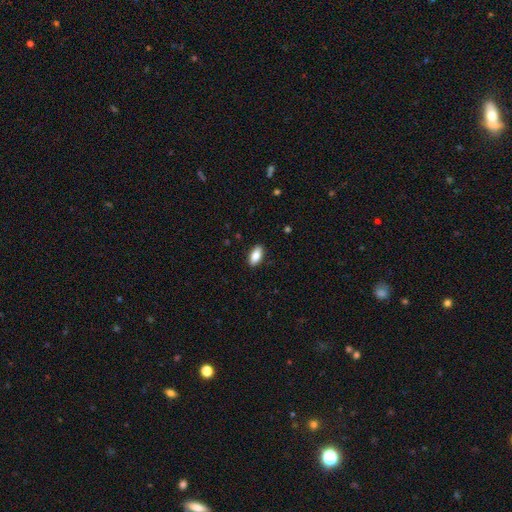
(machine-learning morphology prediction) Smooth or featured? Predicted: smooth (p=0.85). How rounded? Predicted: in between (p=0.90). Merging? Predicted: none (p=0.89).